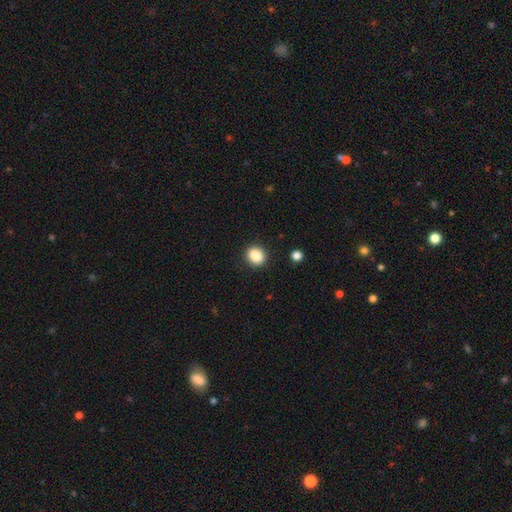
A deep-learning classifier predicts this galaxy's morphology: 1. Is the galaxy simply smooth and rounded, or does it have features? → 87% smooth, 9% star or artifact, 3% featured or disk.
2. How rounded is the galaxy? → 66% round, 33% in between, 1% cigar-shaped.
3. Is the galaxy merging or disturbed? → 89% none, 7% minor disturbance, 2% major disturbance, 1% merger.